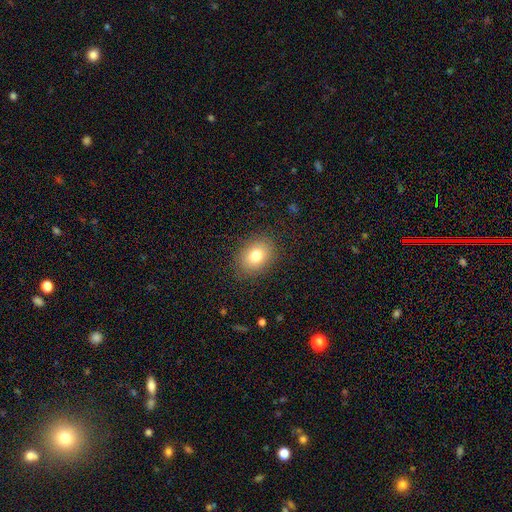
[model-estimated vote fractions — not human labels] This appears to be a smooth galaxy with no disk features (78%) that is in between round and cigar-shaped (61%). Merging: none (86%).